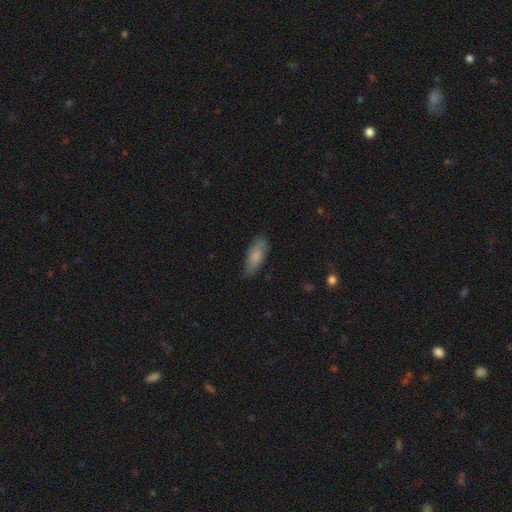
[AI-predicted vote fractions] smooth_or_featured: smooth (p=0.76) [alt: featured or disk p=0.18]
how_rounded: in between (p=0.76) [alt: cigar-shaped p=0.22]
merging: none (p=0.73) [alt: minor disturbance p=0.21]